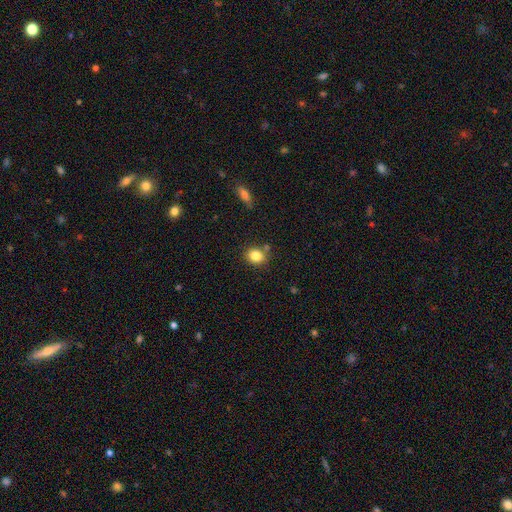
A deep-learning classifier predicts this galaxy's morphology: Smooth or featured?
  - smooth: 83% *
  - star or artifact: 10%
  - featured or disk: 6%
How rounded?
  - round: 65% *
  - in between: 34%
  - cigar-shaped: 1%
Merging?
  - none: 75% *
  - minor disturbance: 13%
  - merger: 9%
  - major disturbance: 3%